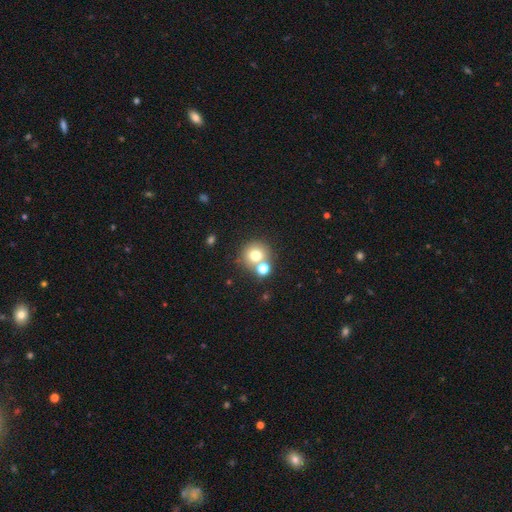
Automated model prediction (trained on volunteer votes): A smooth galaxy with no disk features (72%) that is round (90%).

Vote fractions:
- Smooth or featured? smooth: 72% / star or artifact: 15% / featured or disk: 13%
- How rounded? round: 90% / in between: 9% / cigar-shaped: 1%
- Merging? none: 61% / merger: 28% / minor disturbance: 8% / major disturbance: 3%